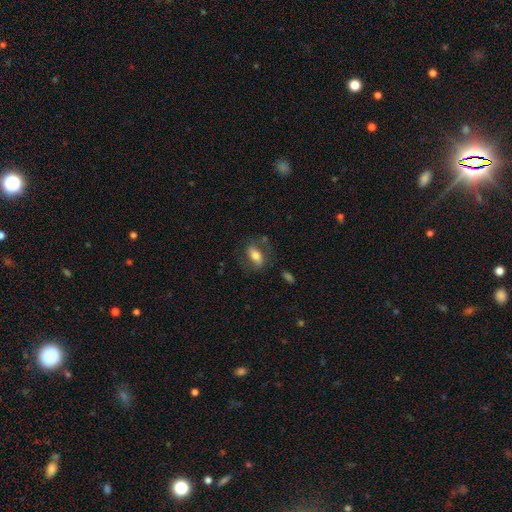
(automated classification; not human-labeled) A smooth galaxy with no disk features (58%) that is in between round and cigar-shaped (77%). Merging: none (67%).